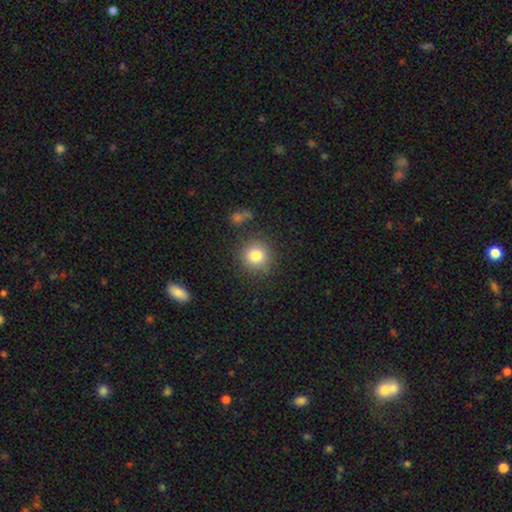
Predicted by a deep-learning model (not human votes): A smooth galaxy with no disk features (82%) that is round (90%).

Vote fractions:
- Smooth or featured? smooth: 82% / star or artifact: 11% / featured or disk: 7%
- How rounded? round: 90% / in between: 9% / cigar-shaped: 1%
- Merging? none: 84% / minor disturbance: 10% / merger: 3% / major disturbance: 3%